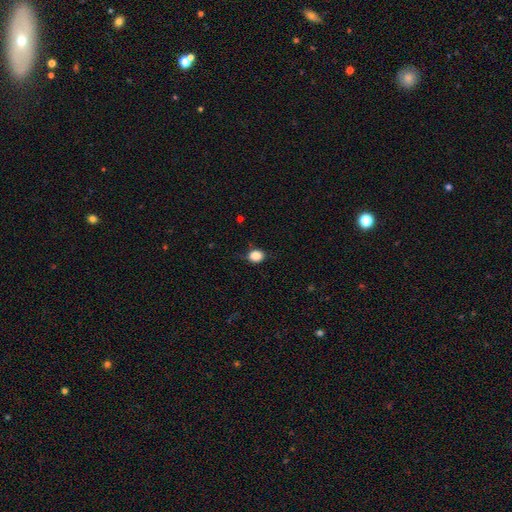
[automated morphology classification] A smooth galaxy with no disk features (85%) that is round (60%).

Vote fractions:
- Smooth or featured? smooth: 85% / star or artifact: 9% / featured or disk: 5%
- How rounded? round: 60% / in between: 39% / cigar-shaped: 1%
- Merging? none: 74% / minor disturbance: 21% / major disturbance: 5% / merger: 1%